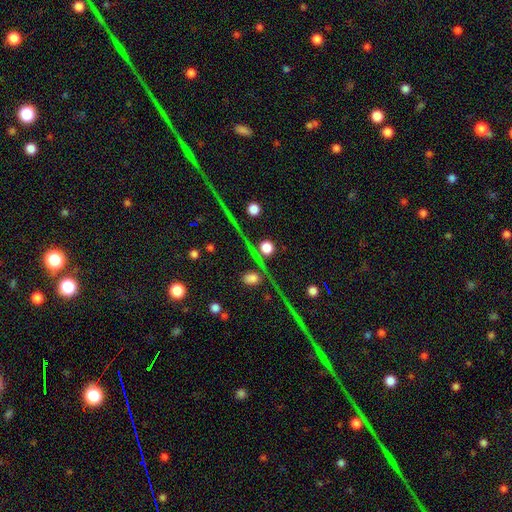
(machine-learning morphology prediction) Smooth or featured: star or artifact — 70% (featured or disk — 15%)